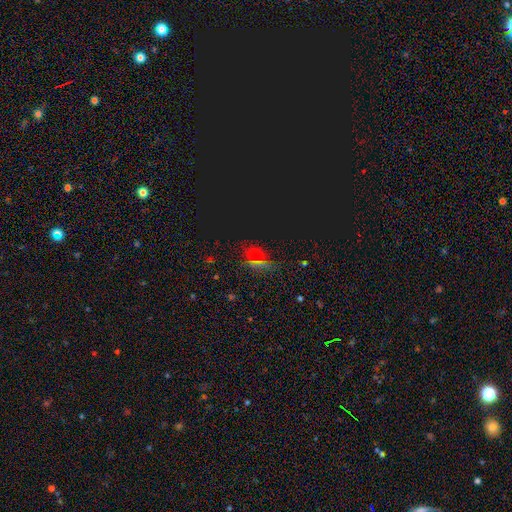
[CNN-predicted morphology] This is possibly a star or artifact rather than a galaxy (51%).